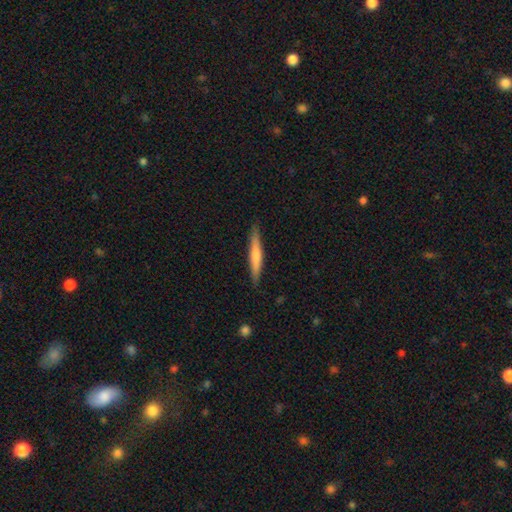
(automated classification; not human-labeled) smooth 57%, featured or disk 37%, star or artifact 5%. Down the decision tree: how rounded — cigar-shaped (94%); merging — none (88%).